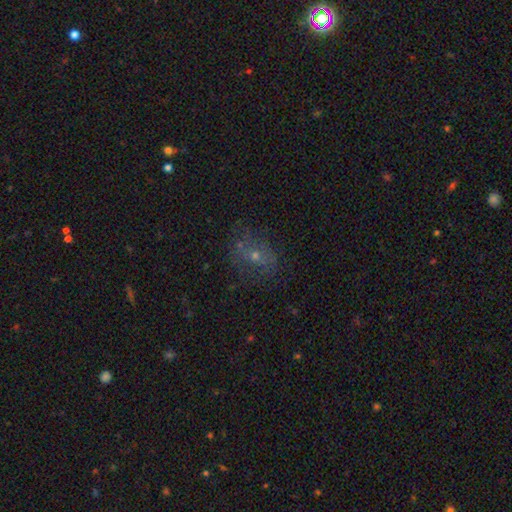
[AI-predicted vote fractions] Smooth or featured: featured or disk — 43% (smooth — 37%)
Merging: none — 63% (minor disturbance — 20%)